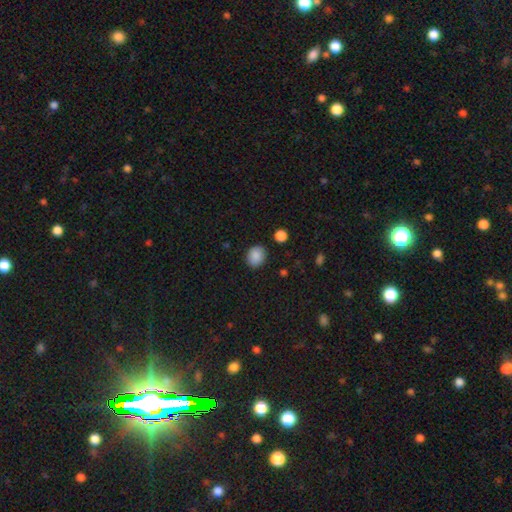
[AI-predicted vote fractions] Morphology: type=smooth (87%); roundness=round (62%); merging=none (86%).